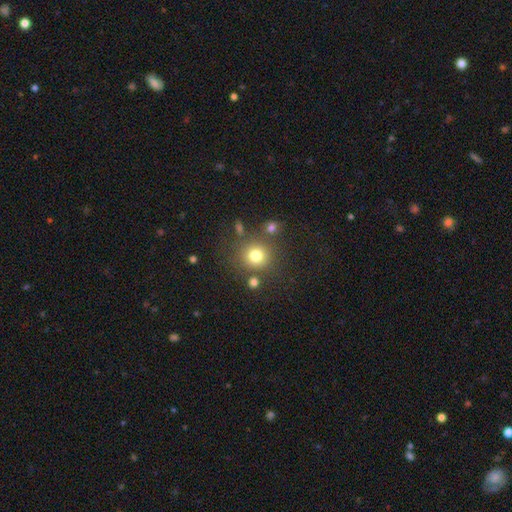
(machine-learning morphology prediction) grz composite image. It shows a smooth galaxy with no disk features (77%) that is round (90%). Merging: none (76%).